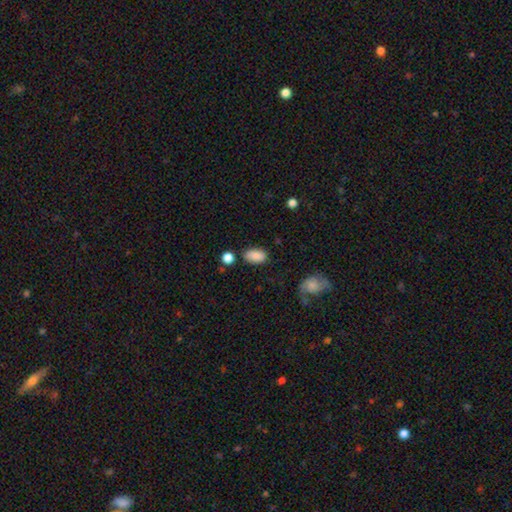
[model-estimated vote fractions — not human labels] Q: Smooth or featured?
A: smooth (84%); runner-up: star or artifact (8%)
Q: How rounded?
A: in between (91%); runner-up: round (7%)
Q: Merging?
A: none (77%); runner-up: minor disturbance (14%)